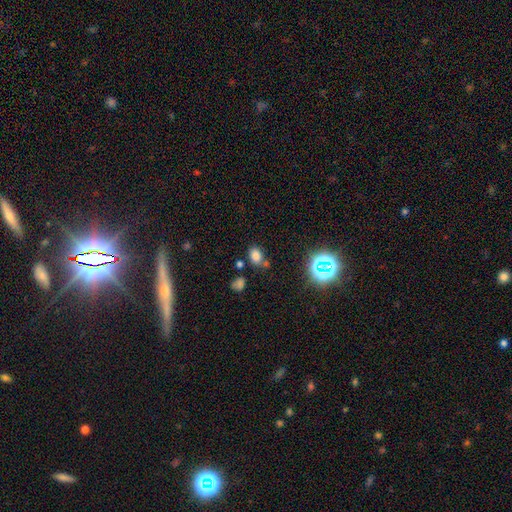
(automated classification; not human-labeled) Smooth or featured? smooth (74%)
How rounded? in between (74%)
Merging? none (66%)